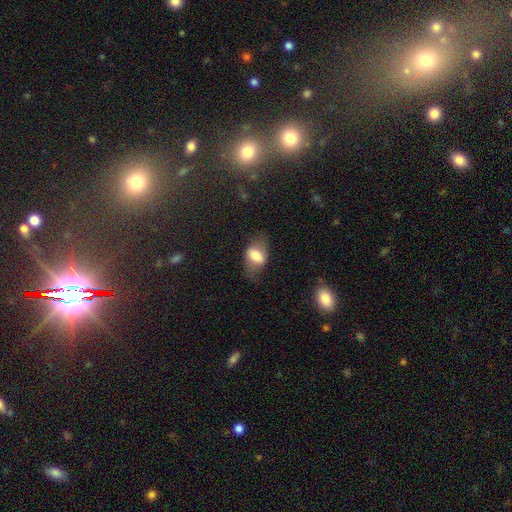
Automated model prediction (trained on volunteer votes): Smooth or featured?
  - smooth: 66% *
  - featured or disk: 25%
  - star or artifact: 9%
How rounded?
  - in between: 83% *
  - round: 14%
  - cigar-shaped: 3%
Merging?
  - none: 60% *
  - minor disturbance: 24%
  - major disturbance: 14%
  - merger: 2%